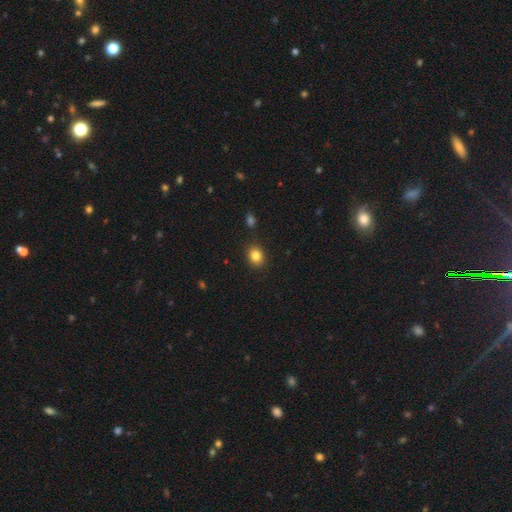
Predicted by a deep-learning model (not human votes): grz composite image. It shows a smooth galaxy with no disk features (83%) that is round (59%). Merging: none (87%).